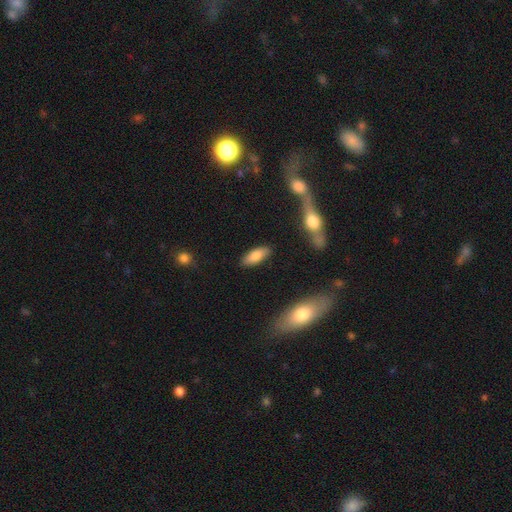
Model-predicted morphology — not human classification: type=smooth (81%); roundness=in between (77%); merging=none (86%).